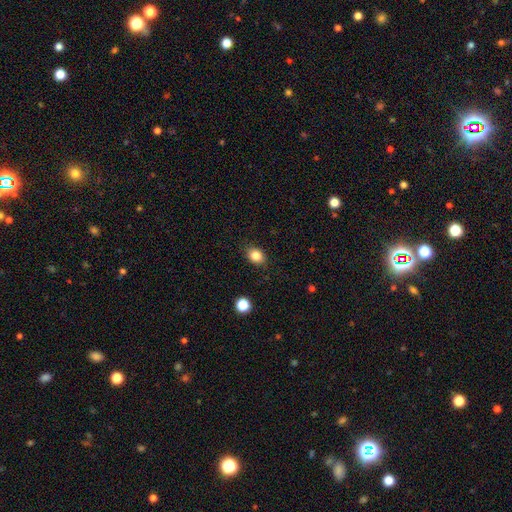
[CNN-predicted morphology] smooth 84%, star or artifact 10%, featured or disk 5%. Down the decision tree: how rounded — in between (59%); merging — none (85%).